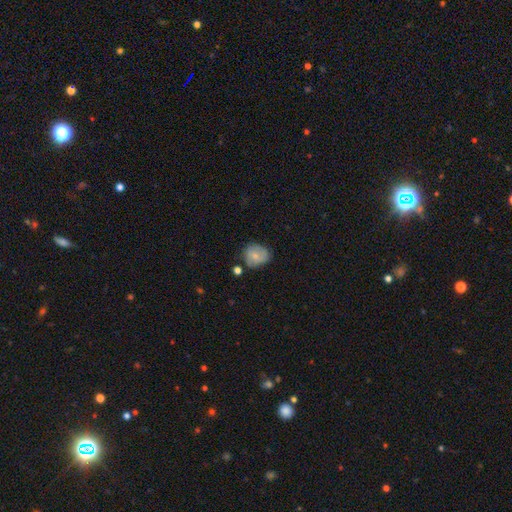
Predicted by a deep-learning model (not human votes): smooth 65%, featured or disk 27%, star or artifact 8%. Down the decision tree: how rounded — round (66%); merging — none (57%).